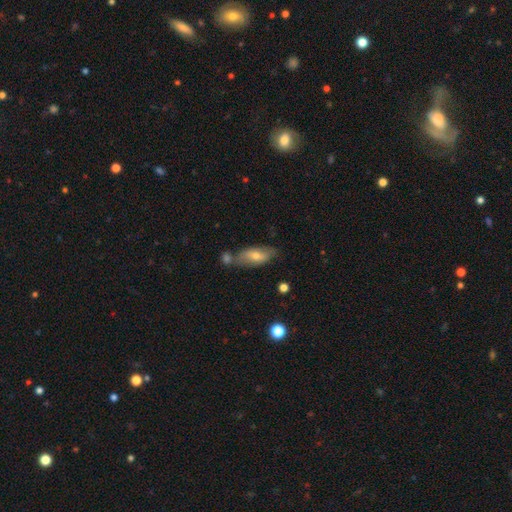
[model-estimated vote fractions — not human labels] This is possibly a smooth galaxy (58%). How rounded: likely in between (79%). Merging: possibly none (60%).